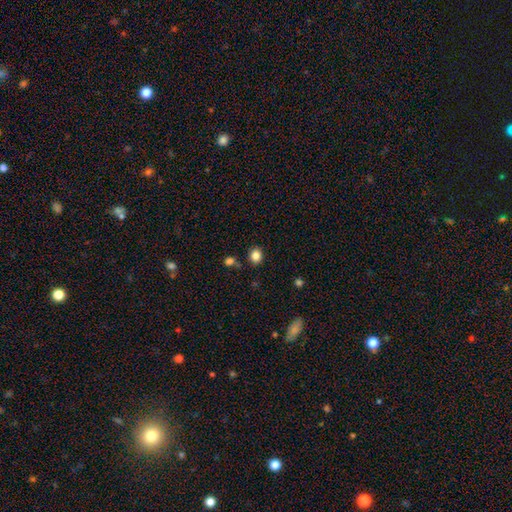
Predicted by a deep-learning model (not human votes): Smooth or featured? smooth (85%)
How rounded? round (62%)
Merging? none (82%)